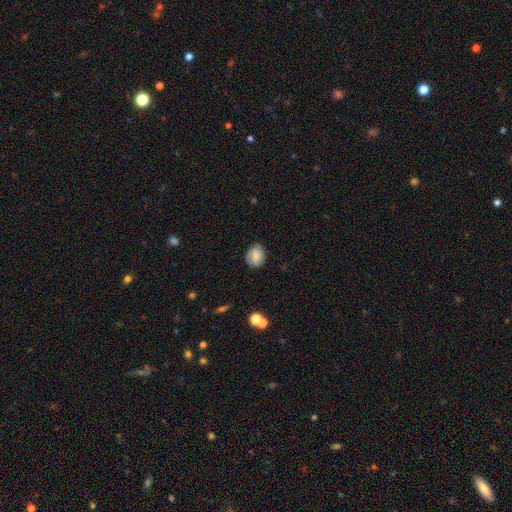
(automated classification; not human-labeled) The model was most divided on "how rounded": round: 58%, in between: 41%, cigar-shaped: 1%. More confident: merging — none (80%); smooth or featured — smooth (70%).